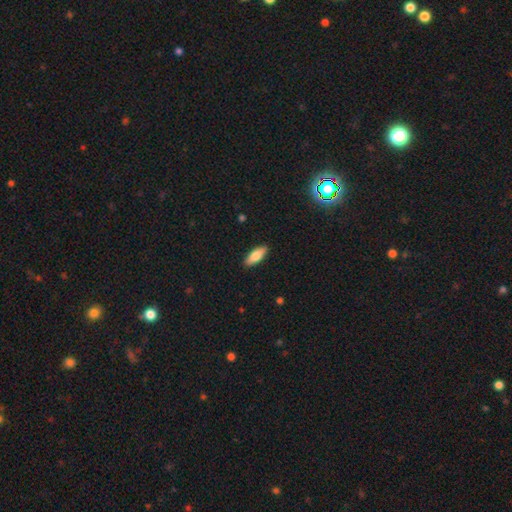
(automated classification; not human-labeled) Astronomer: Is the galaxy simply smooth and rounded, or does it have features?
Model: smooth — 75%.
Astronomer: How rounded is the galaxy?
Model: in between — 66%.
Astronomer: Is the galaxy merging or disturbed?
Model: none — 90%.